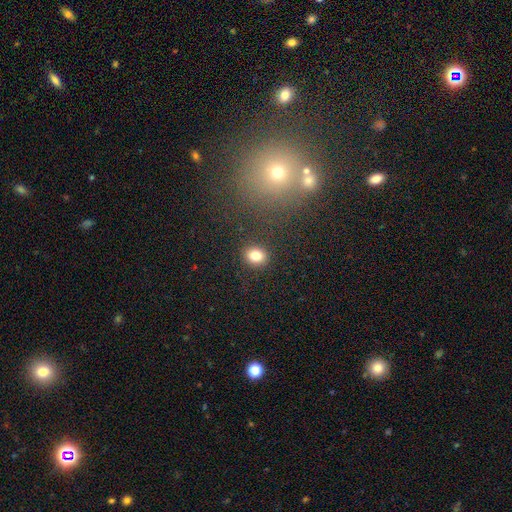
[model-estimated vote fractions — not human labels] Overall: smooth (81%). How rounded: round (62%; in between 37%). Merging: none (89%).